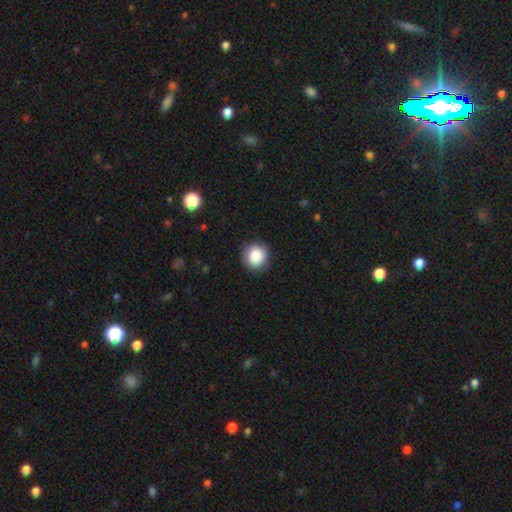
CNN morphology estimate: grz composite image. It shows a smooth galaxy with no disk features (87%) that is round (91%). Merging: none (89%).